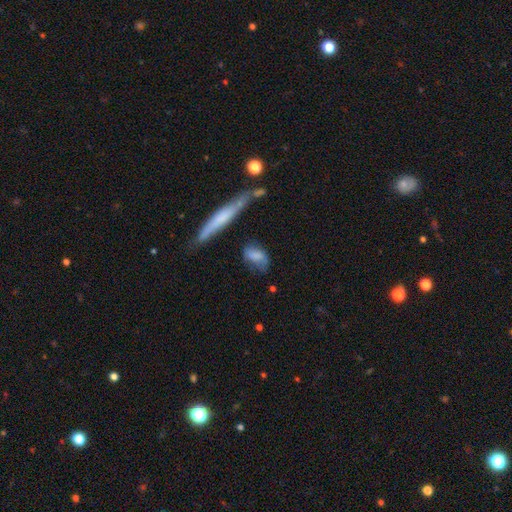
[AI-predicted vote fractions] This appears to be a smooth galaxy with no disk features (74%) that is in between round and cigar-shaped (82%). Merging: none (49%).